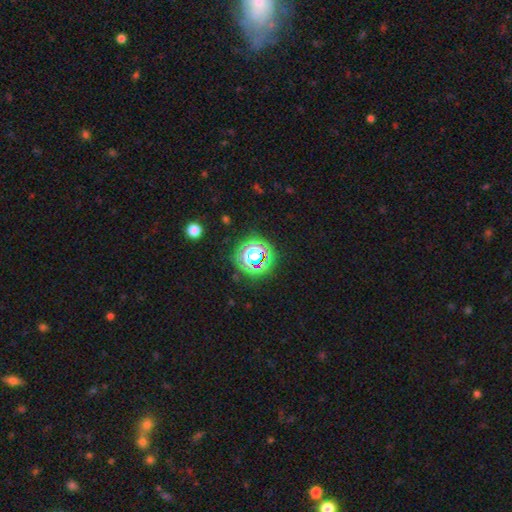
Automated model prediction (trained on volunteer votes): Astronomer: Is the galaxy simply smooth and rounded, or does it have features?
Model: star or artifact — 65%.